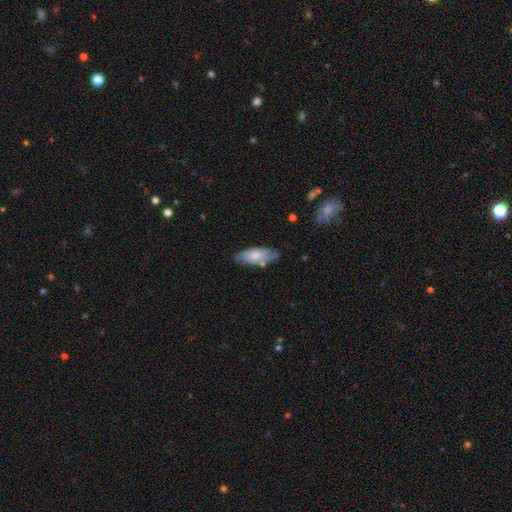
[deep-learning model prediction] Smooth or featured? smooth (68%)
How rounded? in between (80%)
Merging? none (65%)